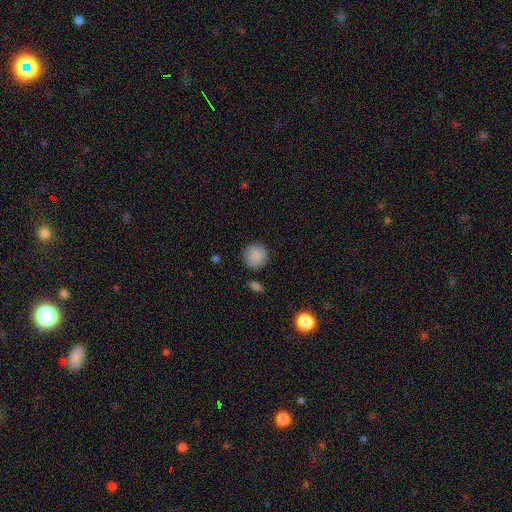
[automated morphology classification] type=smooth (87%); roundness=round (92%); merging=none (85%).